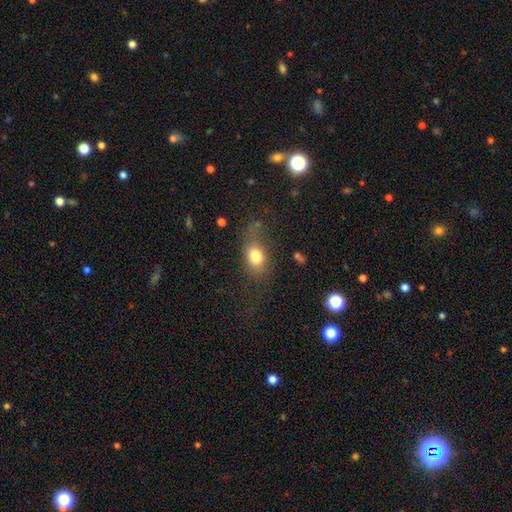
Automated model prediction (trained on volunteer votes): A smooth galaxy with no disk features (78%) that is in between round and cigar-shaped (74%).

Vote fractions:
- Smooth or featured? smooth: 78% / featured or disk: 11% / star or artifact: 11%
- How rounded? in between: 74% / round: 24% / cigar-shaped: 3%
- Merging? none: 51% / minor disturbance: 25% / major disturbance: 20% / merger: 3%